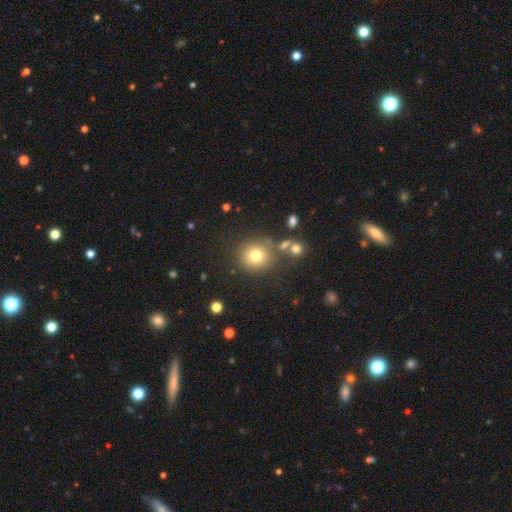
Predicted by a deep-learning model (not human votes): smooth 75%, star or artifact 14%, featured or disk 10%. Down the decision tree: how rounded — round (90%); merging — none (77%).